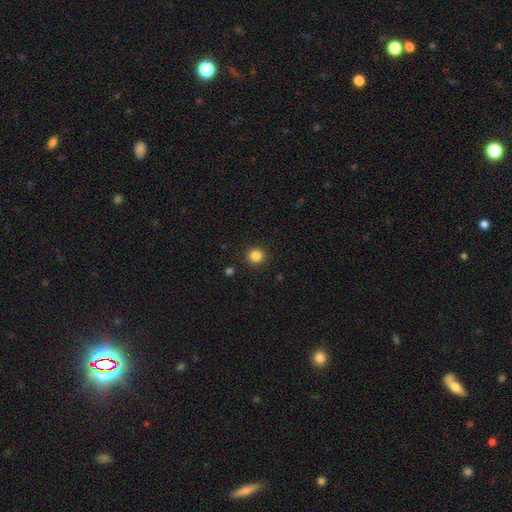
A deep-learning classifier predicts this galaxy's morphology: Smooth or featured: smooth — 85% (star or artifact — 11%)
How rounded: round — 91% (in between — 8%)
Merging: none — 92% (minor disturbance — 5%)